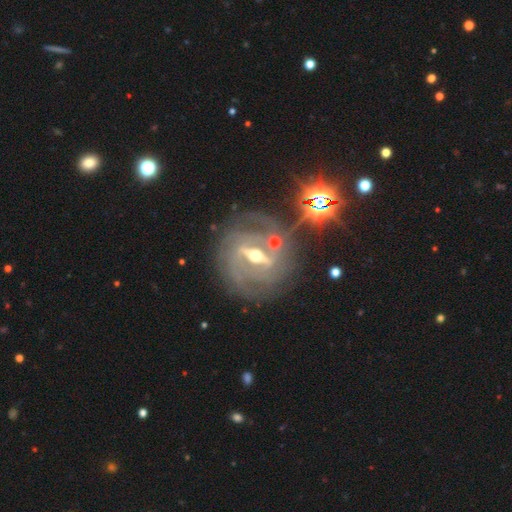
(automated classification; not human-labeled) The model was most divided on "spiral arm count": 2: 42%, can't tell: 23%, 3: 18%, 4: 7%, more than 4: 5%, 1: 4%. More confident: spiral arms — yes (89%); edge-on disk — no (87%); smooth or featured — featured or disk (87%); bar — strong (76%); bulge size — moderate (68%); merging — none (67%); spiral winding — tight (58%).